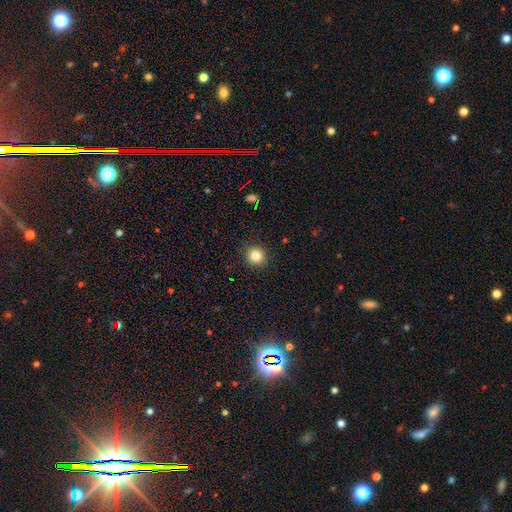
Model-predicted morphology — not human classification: Smooth or featured?
  - smooth: 83% *
  - star or artifact: 11%
  - featured or disk: 6%
How rounded?
  - round: 91% *
  - in between: 8%
  - cigar-shaped: 1%
Merging?
  - none: 92% *
  - minor disturbance: 5%
  - major disturbance: 2%
  - merger: 1%